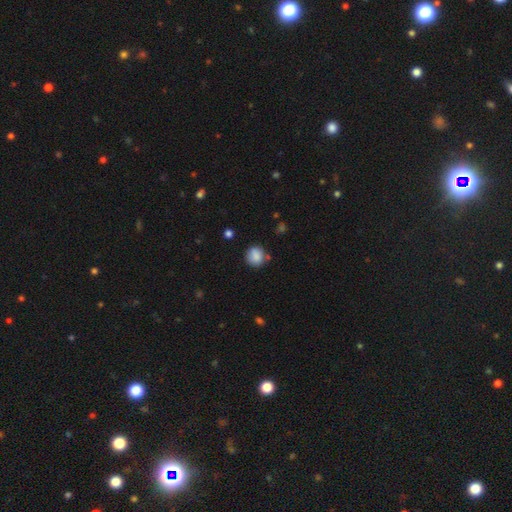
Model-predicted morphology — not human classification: A smooth galaxy with no disk features (85%) that is round (82%).

Vote fractions:
- Smooth or featured? smooth: 85% / star or artifact: 9% / featured or disk: 6%
- How rounded? round: 82% / in between: 17% / cigar-shaped: 1%
- Merging? none: 74% / minor disturbance: 17% / merger: 5% / major disturbance: 4%